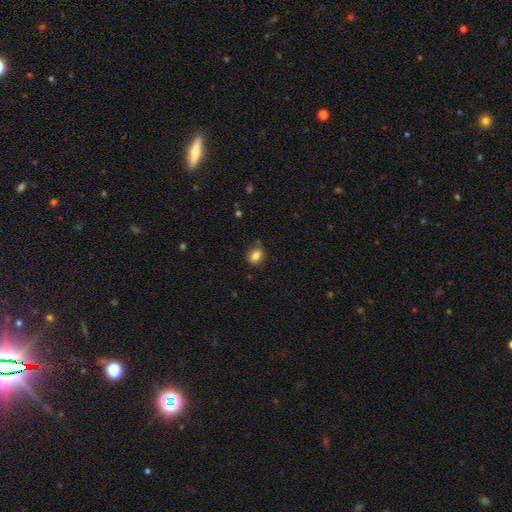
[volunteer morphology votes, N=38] Smooth or featured? smooth (87%)
How rounded? round (67%)
Merging? none (74%)